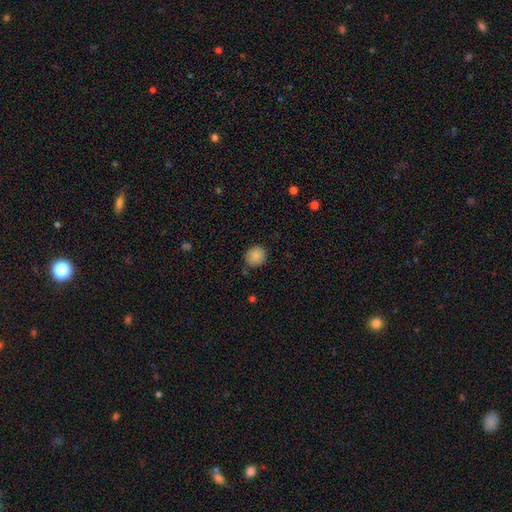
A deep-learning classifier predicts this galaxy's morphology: Smooth or featured?
  - smooth: 87% *
  - star or artifact: 9%
  - featured or disk: 4%
How rounded?
  - round: 81% *
  - in between: 18%
  - cigar-shaped: 1%
Merging?
  - none: 79% *
  - minor disturbance: 15%
  - major disturbance: 3%
  - merger: 3%